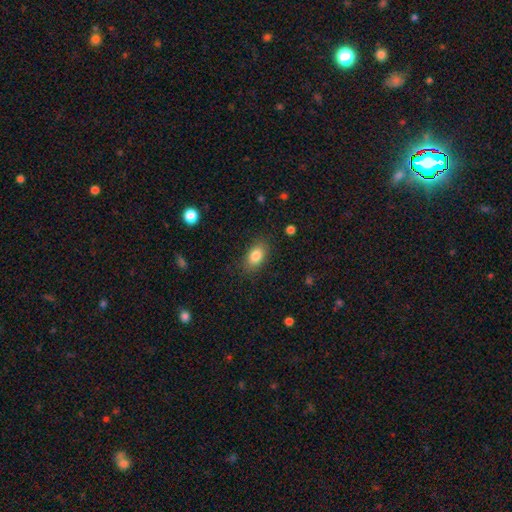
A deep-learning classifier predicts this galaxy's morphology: smooth_or_featured: smooth (p=0.84) [alt: star or artifact p=0.08]
how_rounded: in between (p=0.88) [alt: round p=0.10]
merging: none (p=0.84) [alt: minor disturbance p=0.11]